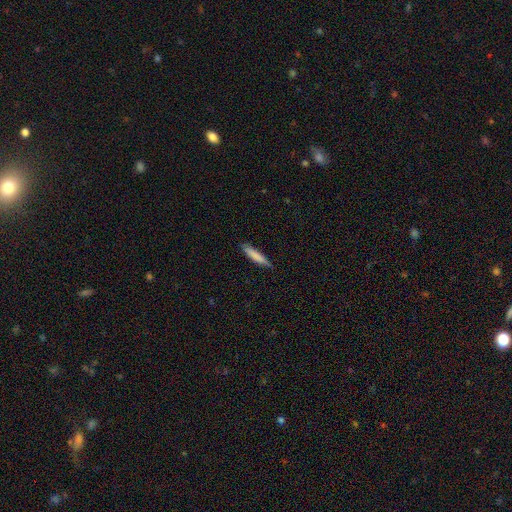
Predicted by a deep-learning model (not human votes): smooth 80%, featured or disk 14%, star or artifact 6%. Down the decision tree: how rounded — cigar-shaped (87%); merging — none (82%).